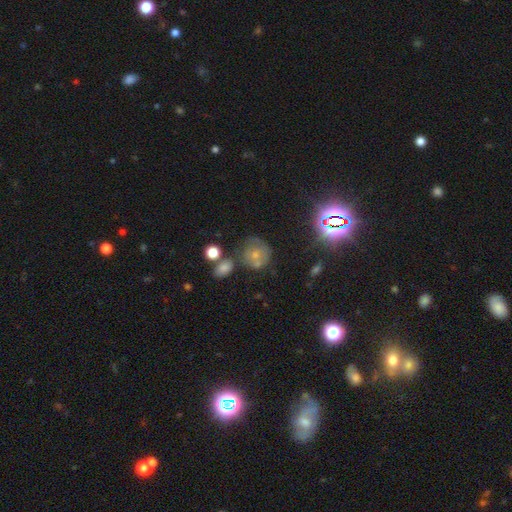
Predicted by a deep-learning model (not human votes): This is possibly a smooth galaxy (59%). How rounded: clearly round (82%). Merging: possibly none (48%).